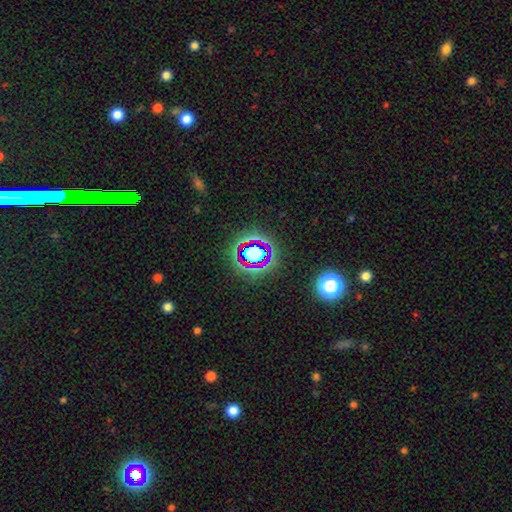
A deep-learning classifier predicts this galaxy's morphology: Smooth or featured? star or artifact (60%)